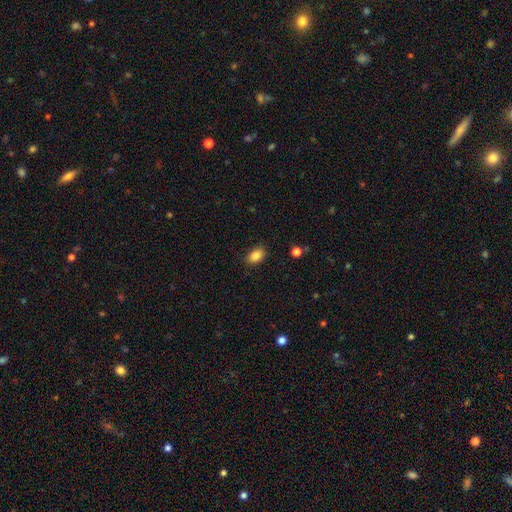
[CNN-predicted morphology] Q: Smooth or featured?
A: smooth (86%); runner-up: star or artifact (9%)
Q: How rounded?
A: in between (83%); runner-up: round (16%)
Q: Merging?
A: none (85%); runner-up: minor disturbance (11%)